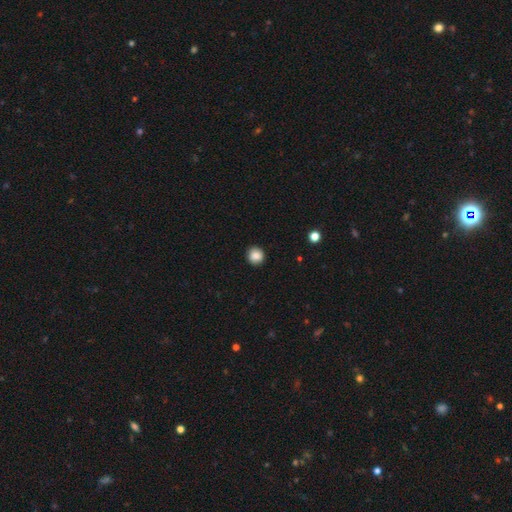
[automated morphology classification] Q: Smooth or featured?
A: smooth (87%); runner-up: star or artifact (9%)
Q: How rounded?
A: round (92%); runner-up: in between (7%)
Q: Merging?
A: none (91%); runner-up: minor disturbance (6%)